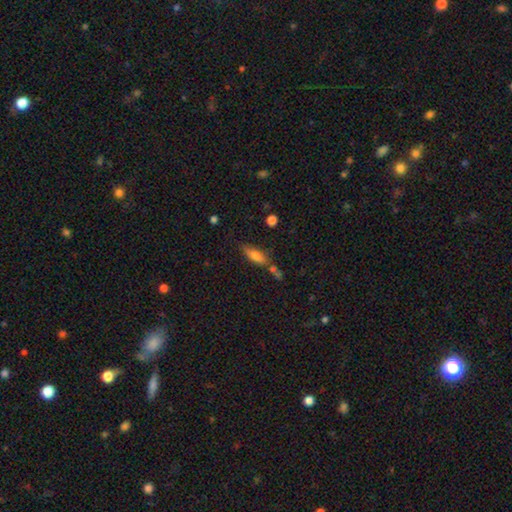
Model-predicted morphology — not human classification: Smooth or featured: smooth — 69% (featured or disk — 23%)
How rounded: in between — 53% (cigar-shaped — 44%)
Merging: none — 62% (minor disturbance — 18%)